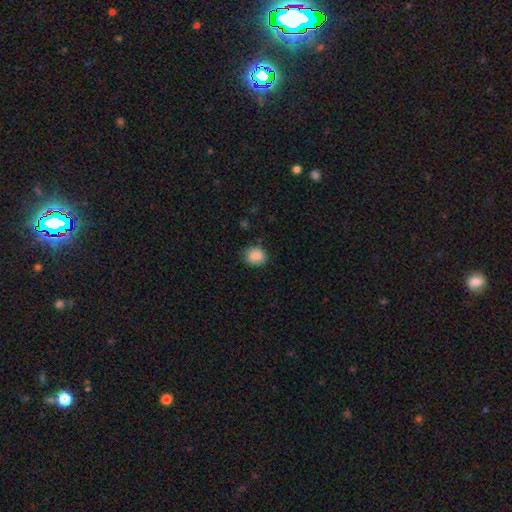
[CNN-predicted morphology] A smooth galaxy with no disk features (88%) that is round (72%).

Vote fractions:
- Smooth or featured? smooth: 88% / star or artifact: 9% / featured or disk: 3%
- How rounded? round: 72% / in between: 27% / cigar-shaped: 1%
- Merging? none: 83% / minor disturbance: 13% / major disturbance: 3% / merger: 1%